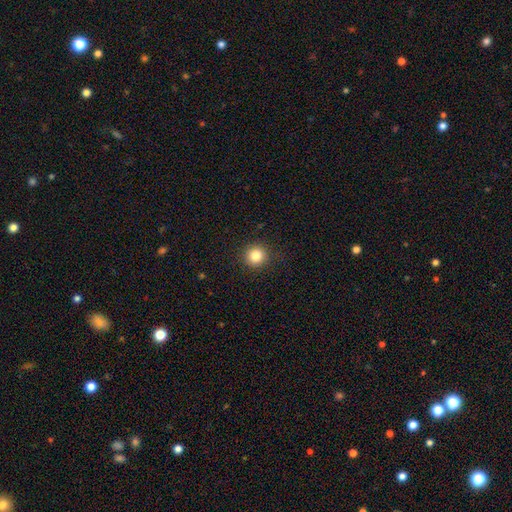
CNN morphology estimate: Smooth or featured?
  - smooth: 84% *
  - star or artifact: 11%
  - featured or disk: 5%
How rounded?
  - round: 93% *
  - in between: 7%
  - cigar-shaped: 1%
Merging?
  - none: 91% *
  - minor disturbance: 6%
  - major disturbance: 2%
  - merger: 1%